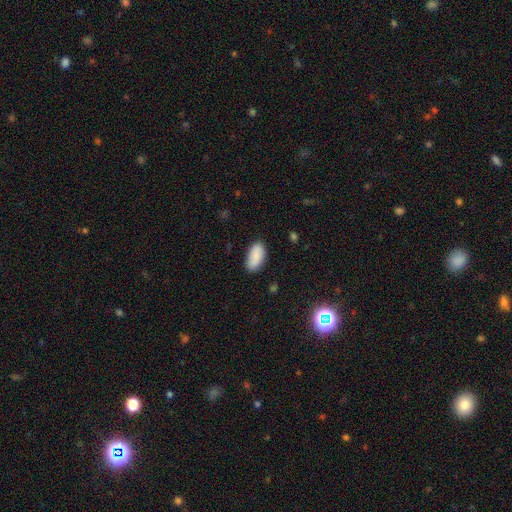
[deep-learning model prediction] Smooth or featured: smooth — 85% (featured or disk — 8%)
How rounded: in between — 94% (cigar-shaped — 4%)
Merging: none — 82% (minor disturbance — 14%)